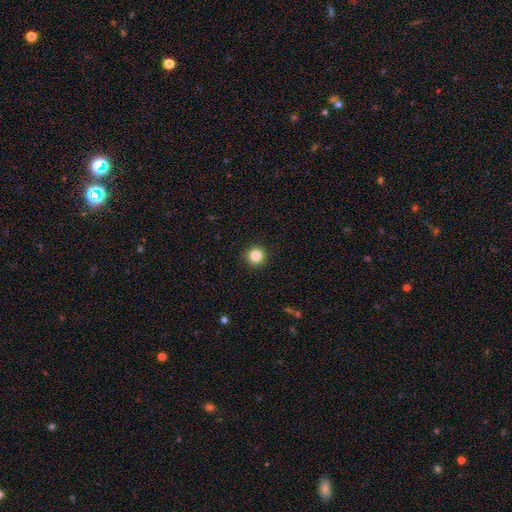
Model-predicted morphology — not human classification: Q: Smooth or featured?
A: smooth (85%); runner-up: star or artifact (11%)
Q: How rounded?
A: round (95%); runner-up: in between (4%)
Q: Merging?
A: none (93%); runner-up: minor disturbance (5%)